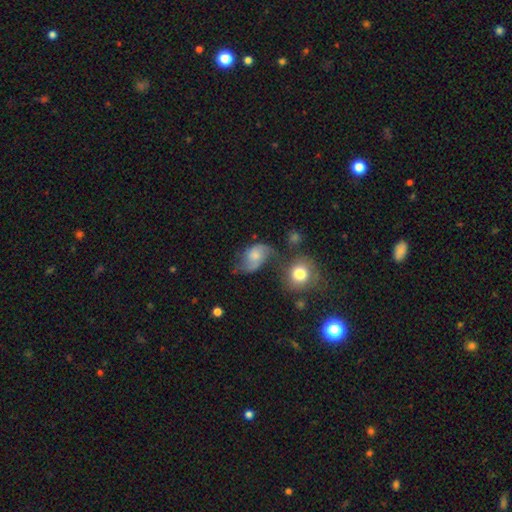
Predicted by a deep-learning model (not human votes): A featured or disk galaxy (48%). Merging: none (38%).